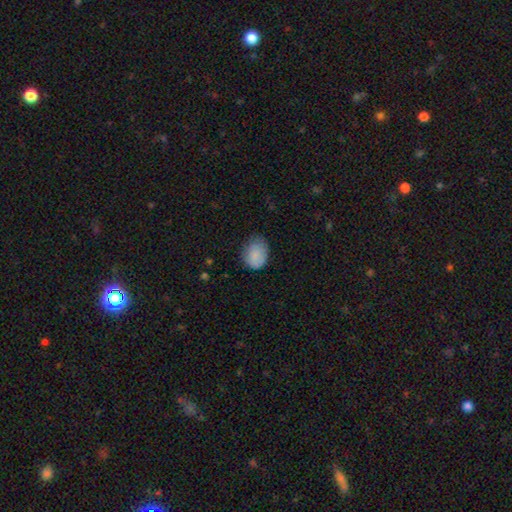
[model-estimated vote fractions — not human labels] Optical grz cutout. It shows a smooth galaxy with no disk features (85%) that is in between round and cigar-shaped (63%). Merging: none (61%).